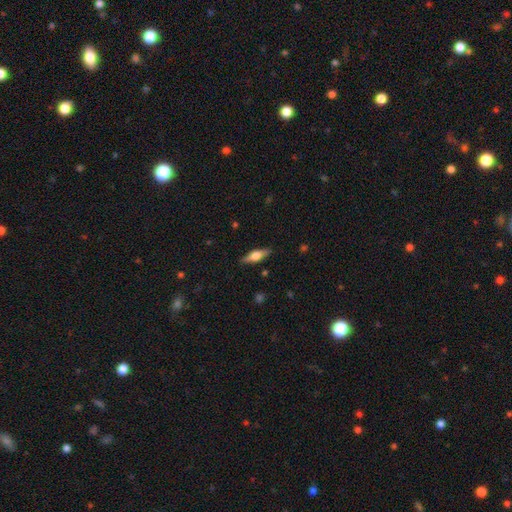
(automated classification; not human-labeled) Q: Smooth or featured?
A: smooth (48%); runner-up: featured or disk (46%)
Q: Merging?
A: none (88%); runner-up: minor disturbance (9%)